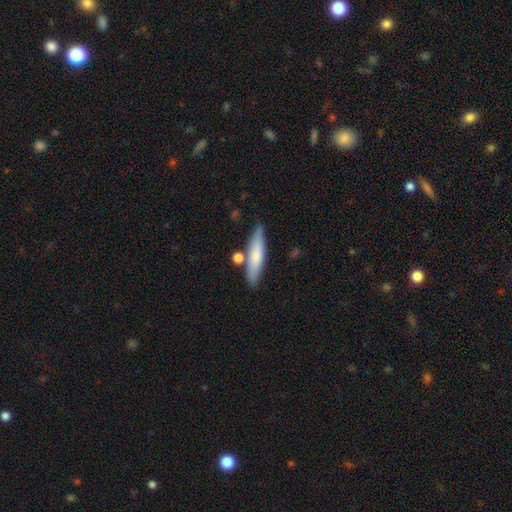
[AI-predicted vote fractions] smooth-or-featured: smooth: 66% | featured or disk: 28% | star or artifact: 6%
  how-rounded: cigar-shaped: 82% | in between: 17% | round: 2%
  merging: none: 77% | minor disturbance: 12% | merger: 8% | major disturbance: 3%